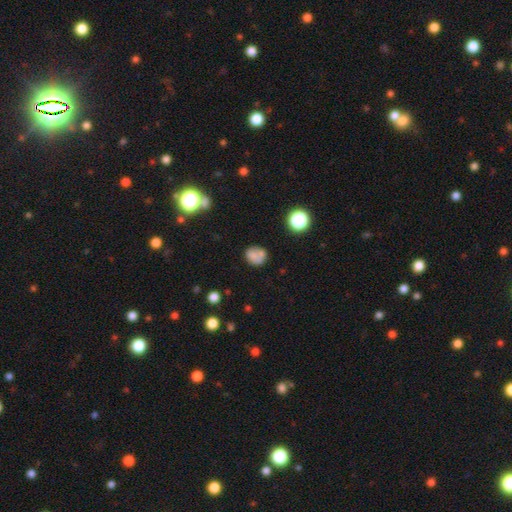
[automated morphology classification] smooth 71%, featured or disk 15%, star or artifact 14%. Down the decision tree: how rounded — round (68%); merging — none (54%).